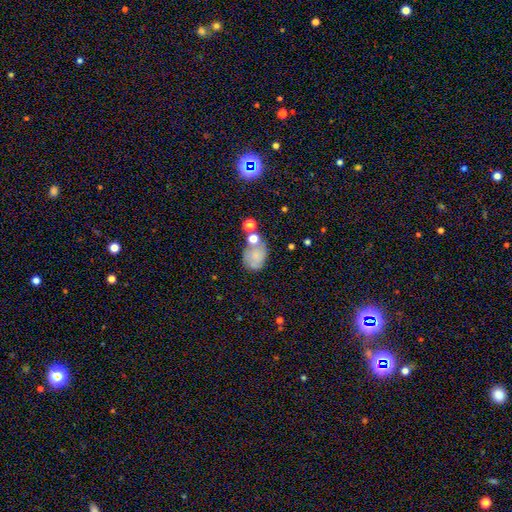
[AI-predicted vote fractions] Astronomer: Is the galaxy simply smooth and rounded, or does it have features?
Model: smooth — 69%.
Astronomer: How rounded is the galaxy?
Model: in between — 61% (runner-up: round, 37%).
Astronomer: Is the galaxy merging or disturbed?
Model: none — 46% (runner-up: minor disturbance, 22%).